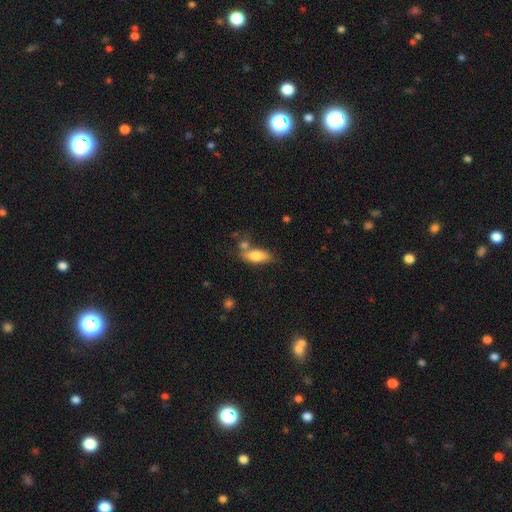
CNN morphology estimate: Smooth or featured? Predicted: smooth (p=0.76). How rounded? Predicted: in between (p=0.80). Merging? Predicted: none (p=0.52).